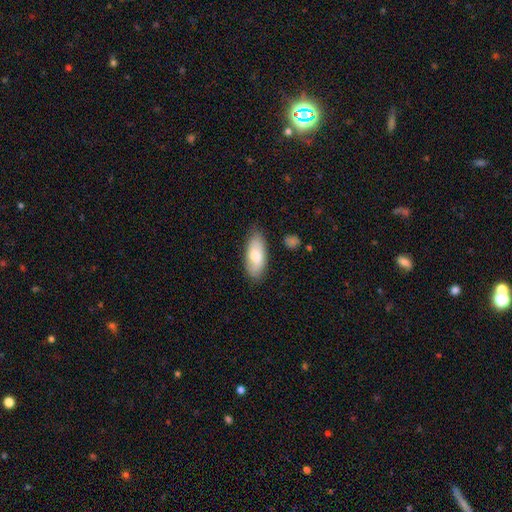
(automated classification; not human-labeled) Morphology: type=smooth (74%); roundness=in between (87%); merging=none (78%).